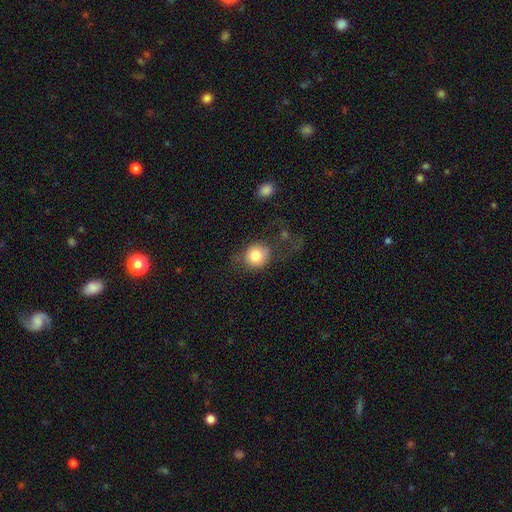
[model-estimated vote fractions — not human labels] Smooth or featured?
  - smooth: 80% *
  - featured or disk: 11%
  - star or artifact: 9%
How rounded?
  - round: 82% *
  - in between: 17%
  - cigar-shaped: 1%
Merging?
  - none: 54% *
  - major disturbance: 21%
  - minor disturbance: 19%
  - merger: 5%